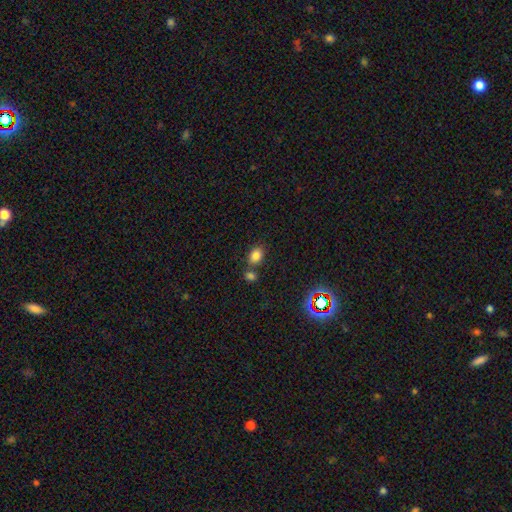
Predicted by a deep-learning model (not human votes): The model was most divided on "merging": none: 62%, merger: 22%, minor disturbance: 11%, major disturbance: 4%. More confident: smooth or featured — smooth (82%); how rounded — in between (70%).